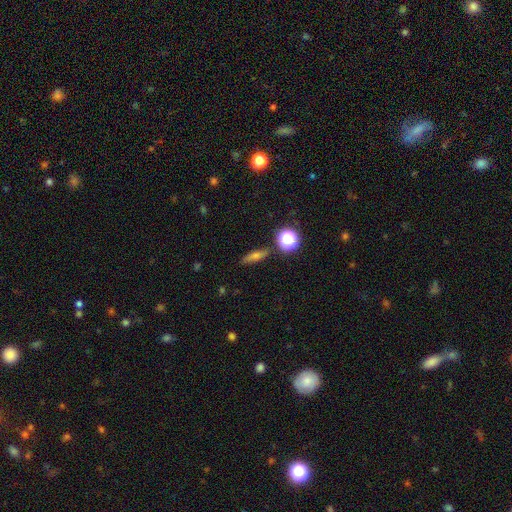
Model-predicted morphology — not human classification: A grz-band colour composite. It shows a smooth galaxy with no disk features (50%) that is cigar-shaped (52%). Merging: none (85%).